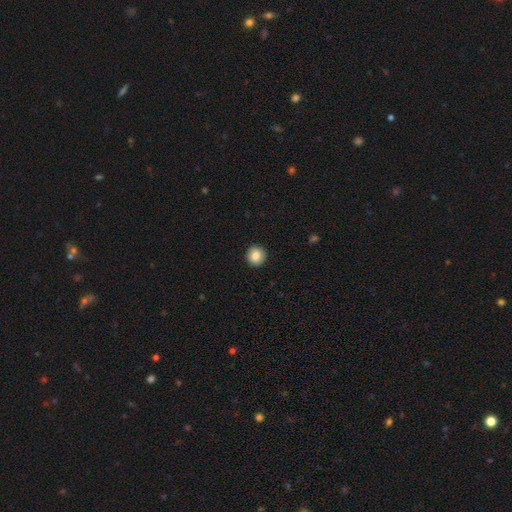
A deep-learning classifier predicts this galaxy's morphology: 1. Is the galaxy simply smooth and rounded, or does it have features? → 85% smooth, 8% star or artifact, 7% featured or disk.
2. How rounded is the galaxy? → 93% round, 6% in between, 1% cigar-shaped.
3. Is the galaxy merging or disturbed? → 92% none, 5% minor disturbance, 2% major disturbance, 1% merger.